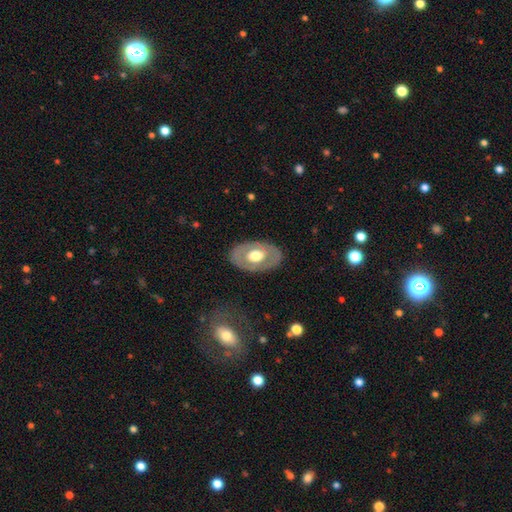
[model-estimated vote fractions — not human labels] featured or disk 51%, smooth 44%, star or artifact 5%. Down the decision tree: edge-on disk — no (89%); merging — none (83%).